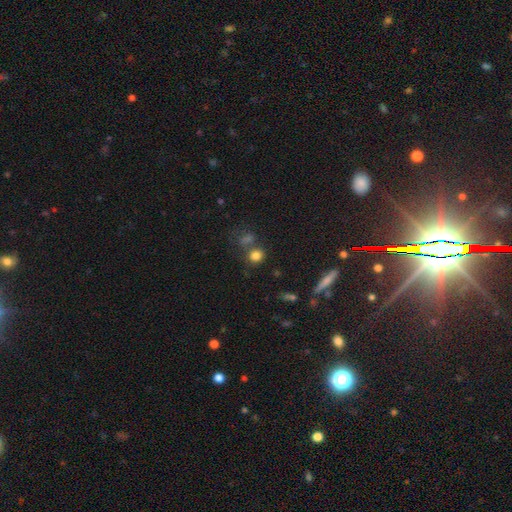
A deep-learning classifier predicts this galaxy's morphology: Smooth or featured?
  - smooth: 79% *
  - star or artifact: 14%
  - featured or disk: 7%
How rounded?
  - round: 78% *
  - in between: 20%
  - cigar-shaped: 2%
Merging?
  - none: 62% *
  - merger: 22%
  - minor disturbance: 11%
  - major disturbance: 5%